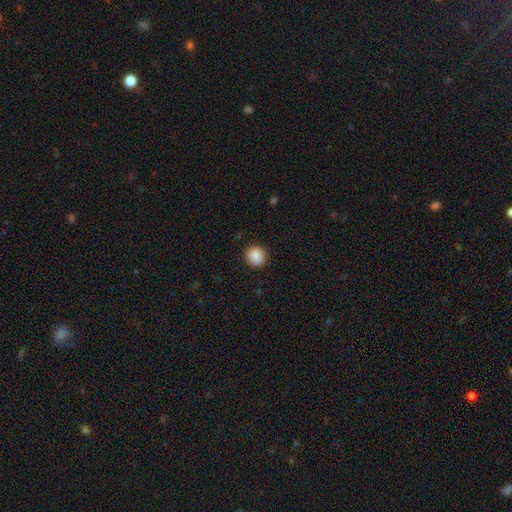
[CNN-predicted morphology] type=smooth (89%); roundness=round (87%); merging=none (86%).